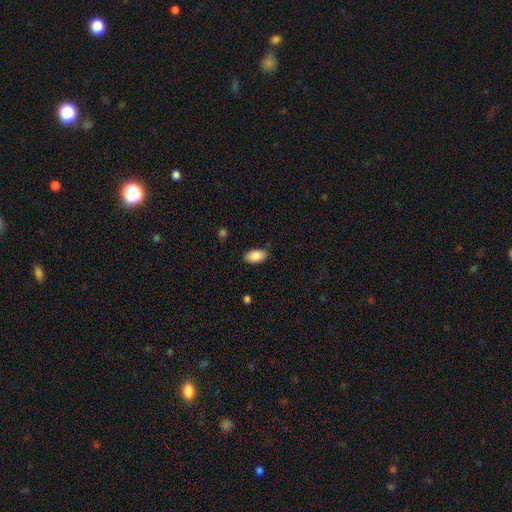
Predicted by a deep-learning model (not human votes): Q: Smooth or featured?
A: smooth (88%); runner-up: star or artifact (7%)
Q: How rounded?
A: in between (94%); runner-up: round (5%)
Q: Merging?
A: none (84%); runner-up: minor disturbance (12%)